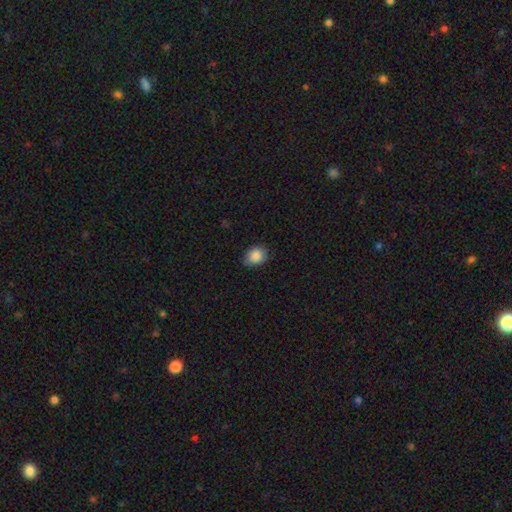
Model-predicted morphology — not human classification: Smooth or featured? Predicted: smooth (p=0.87). How rounded? Predicted: in between (p=0.56). Merging? Predicted: none (p=0.78).